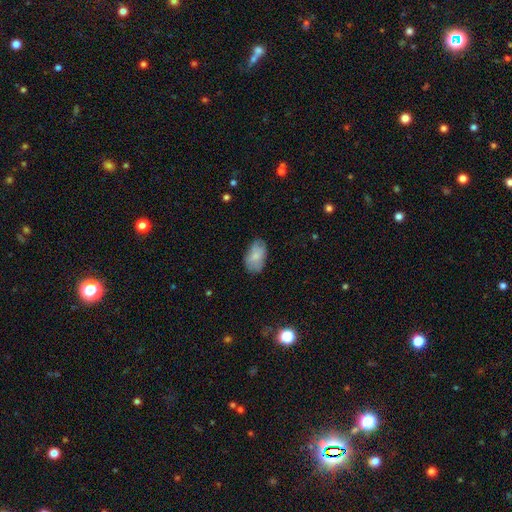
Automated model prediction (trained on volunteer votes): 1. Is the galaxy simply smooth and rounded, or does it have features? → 75% smooth, 18% featured or disk, 7% star or artifact.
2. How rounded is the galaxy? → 93% in between, 6% round, 1% cigar-shaped.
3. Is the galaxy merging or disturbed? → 68% none, 25% minor disturbance, 6% major disturbance, 1% merger.